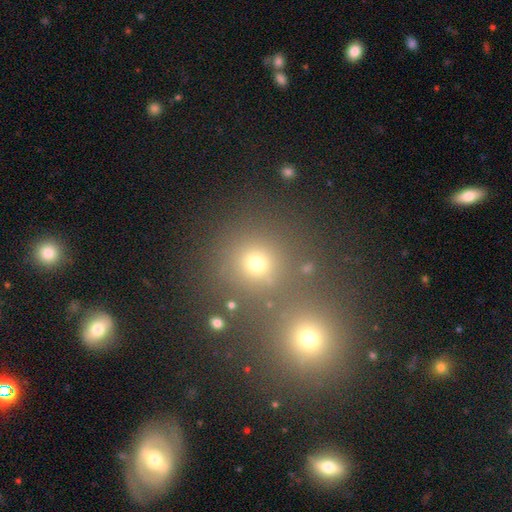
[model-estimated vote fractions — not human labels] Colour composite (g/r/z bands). It shows a smooth galaxy with no disk features (54%) that is round (87%). Merging: none (63%).